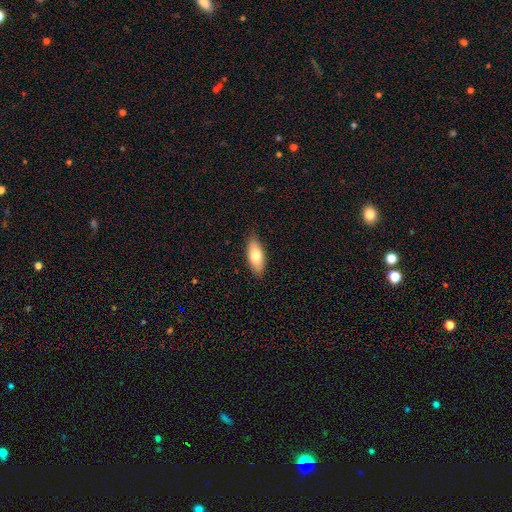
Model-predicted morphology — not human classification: smooth-or-featured: smooth: 78% | featured or disk: 16% | star or artifact: 6%
  how-rounded: in between: 79% | cigar-shaped: 19% | round: 2%
  merging: none: 87% | minor disturbance: 10% | major disturbance: 2% | merger: 1%